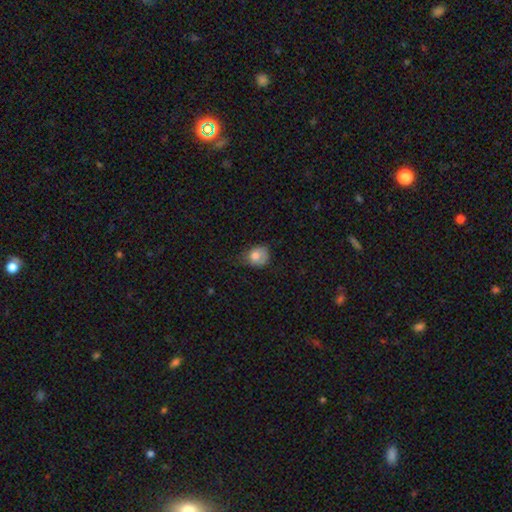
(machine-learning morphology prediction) A smooth galaxy with no disk features (78%) that is round (62%). Merging: none (43%).